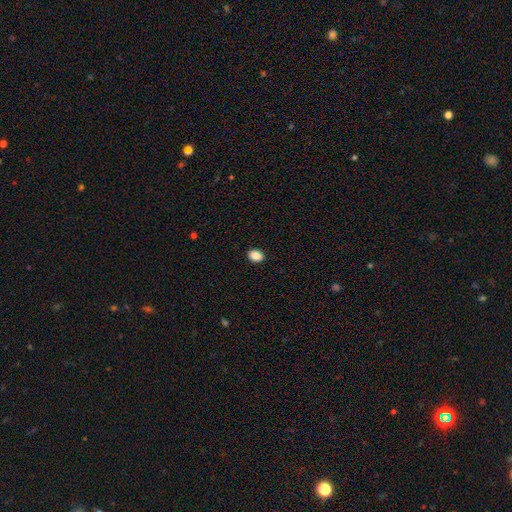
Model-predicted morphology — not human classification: smooth_or_featured: smooth (p=0.88) [alt: star or artifact p=0.09]
how_rounded: in between (p=0.67) [alt: round p=0.32]
merging: none (p=0.91) [alt: minor disturbance p=0.06]